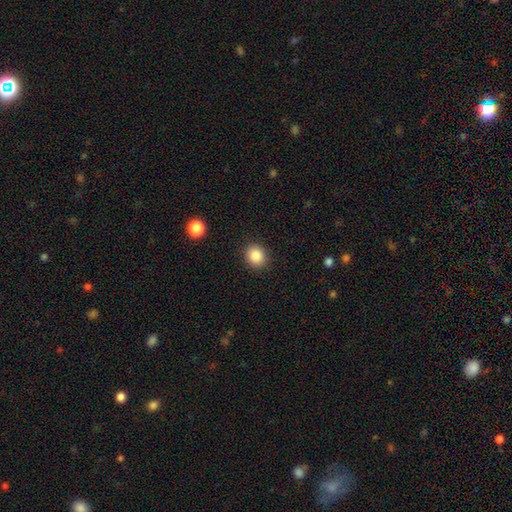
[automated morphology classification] Q: Smooth or featured?
A: smooth (86%); runner-up: star or artifact (9%)
Q: How rounded?
A: round (74%); runner-up: in between (26%)
Q: Merging?
A: none (89%); runner-up: minor disturbance (7%)